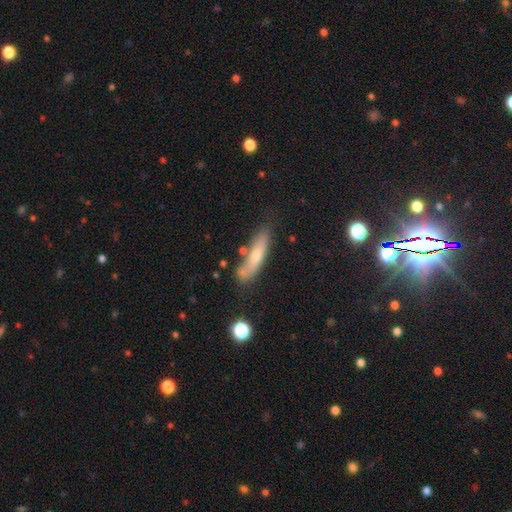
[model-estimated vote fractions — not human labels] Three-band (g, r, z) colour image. It shows a smooth galaxy with no disk features (57%) that is cigar-shaped (74%). Merging: none (60%).